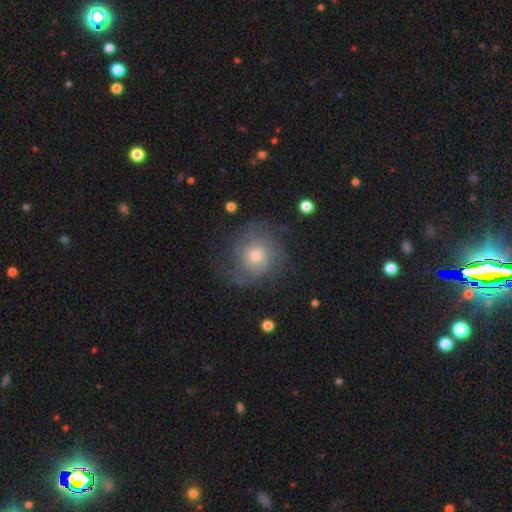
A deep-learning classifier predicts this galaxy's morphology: featured or disk 68%, smooth 24%, star or artifact 9%. Down the decision tree: edge-on disk — no (97%); bar — no (82%); spiral arms — yes (88%); spiral arm count — can't tell (39%); spiral winding — tight (50%); bulge size — moderate (55%); merging — none (69%).